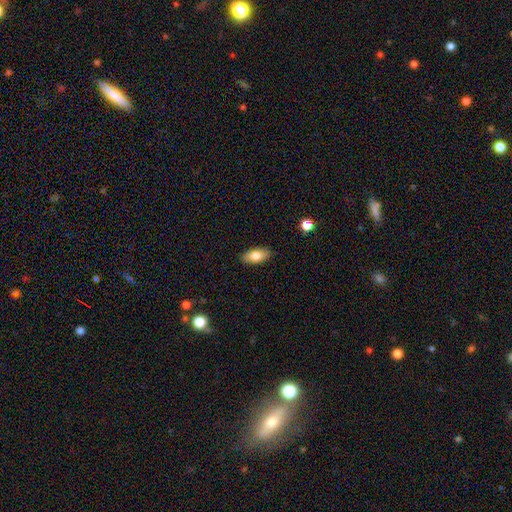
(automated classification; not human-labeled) A smooth galaxy with no disk features (79%) that is in between round and cigar-shaped (89%).

Vote fractions:
- Smooth or featured? smooth: 79% / featured or disk: 14% / star or artifact: 7%
- How rounded? in between: 89% / cigar-shaped: 8% / round: 3%
- Merging? none: 88% / minor disturbance: 9% / major disturbance: 2% / merger: 1%